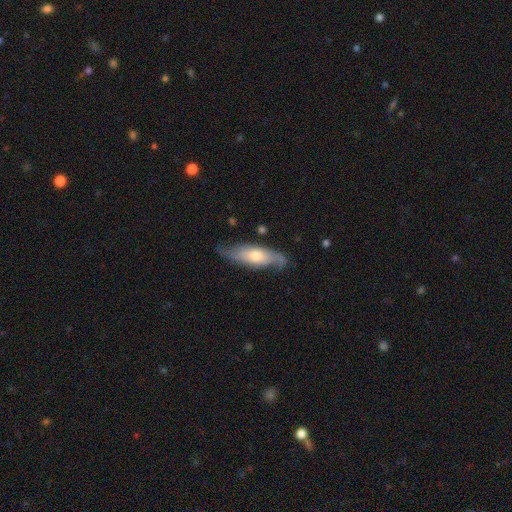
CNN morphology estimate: This is possibly a featured or disk galaxy (56%). It is likely not viewed edge-on (65%). Merging: likely none (67%).